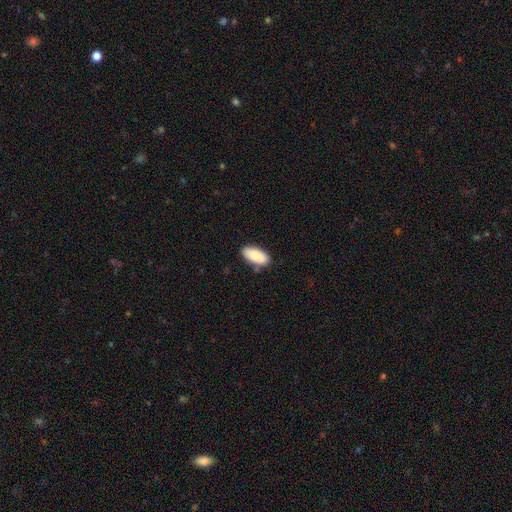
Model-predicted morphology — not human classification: smooth 85%, featured or disk 8%, star or artifact 6%. Down the decision tree: how rounded — in between (91%); merging — none (82%).